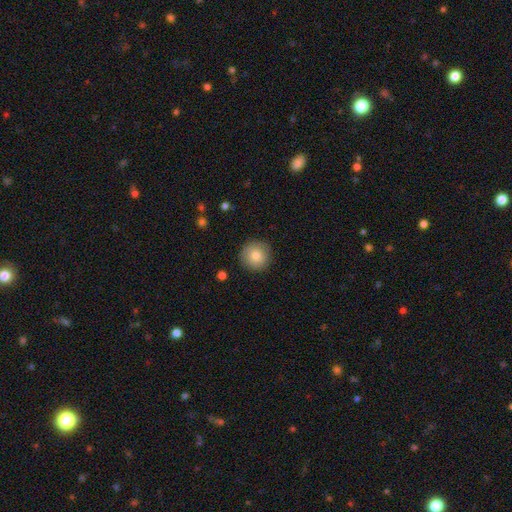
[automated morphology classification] Smooth or featured? Predicted: smooth (p=0.79). How rounded? Predicted: round (p=0.95). Merging? Predicted: none (p=0.89).